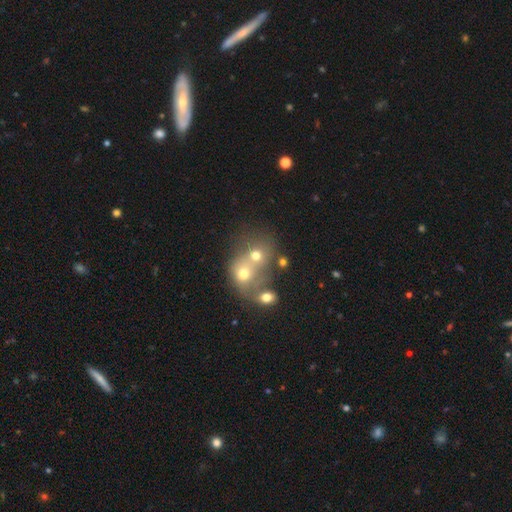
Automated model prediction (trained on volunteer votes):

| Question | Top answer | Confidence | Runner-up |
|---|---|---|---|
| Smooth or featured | smooth | 63% | featured or disk (20%) |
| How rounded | round | 67% | in between (31%) |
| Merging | merger | 65% | none (24%) |